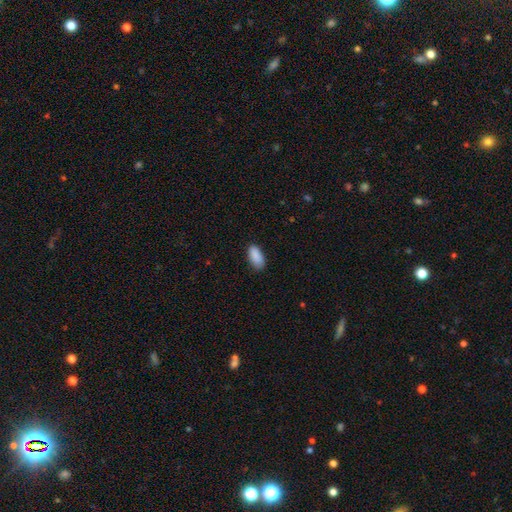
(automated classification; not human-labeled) smooth-or-featured: smooth: 90% | star or artifact: 7% | featured or disk: 3%
  how-rounded: in between: 93% | cigar-shaped: 5% | round: 2%
  merging: none: 82% | minor disturbance: 14% | major disturbance: 3% | merger: 1%